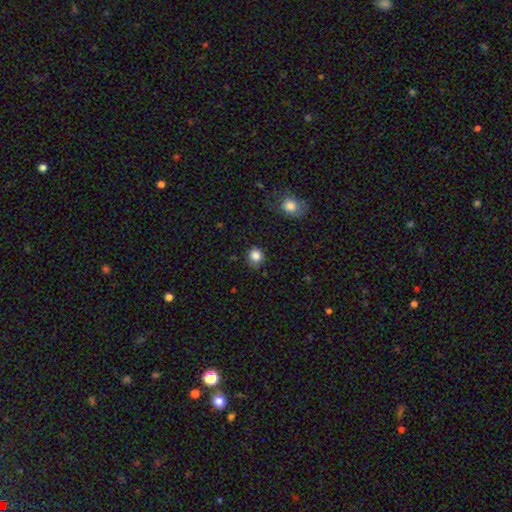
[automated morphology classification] smooth 84%, star or artifact 11%, featured or disk 5%. Down the decision tree: how rounded — round (85%); merging — none (83%).